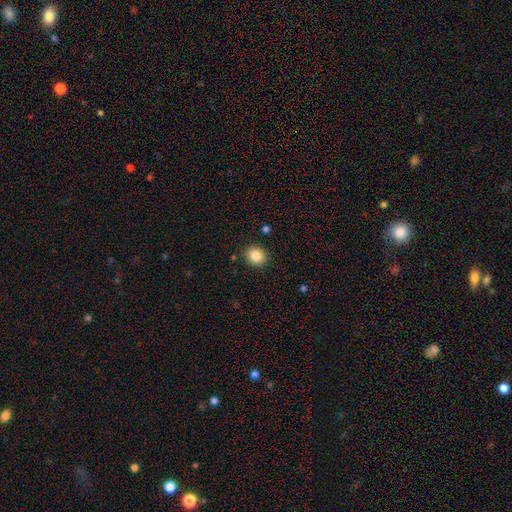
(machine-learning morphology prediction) The model was most divided on "how rounded": round: 82%, in between: 17%, cigar-shaped: 1%. More confident: merging — none (89%); smooth or featured — smooth (85%).